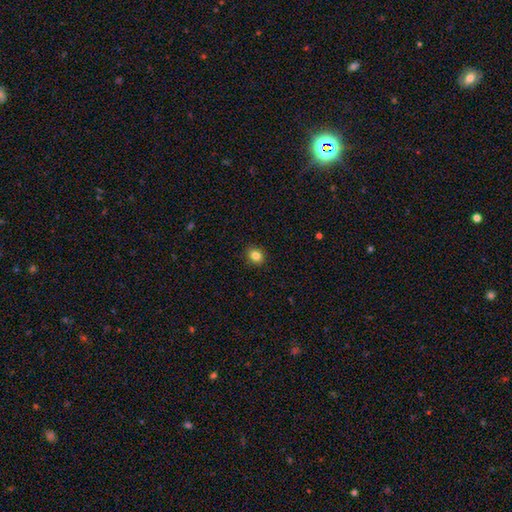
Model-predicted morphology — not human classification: type=smooth (83%); roundness=round (68%); merging=none (90%).